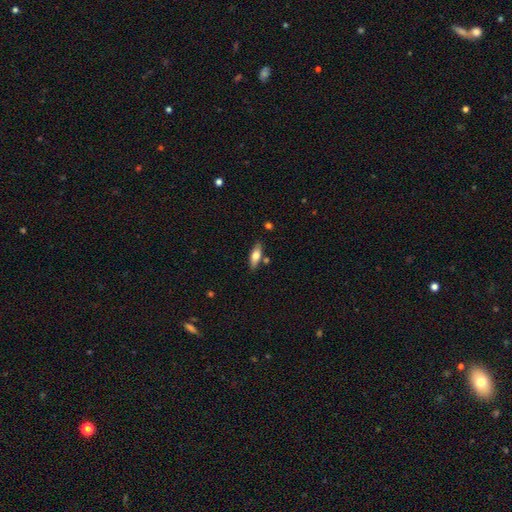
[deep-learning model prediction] Morphology: type=smooth (64%); roundness=in between (62%); merging=none (79%).